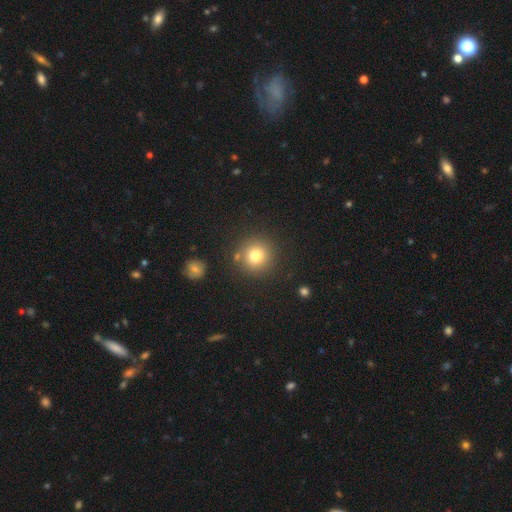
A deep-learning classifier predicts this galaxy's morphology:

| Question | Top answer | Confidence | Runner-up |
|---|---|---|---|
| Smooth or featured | smooth | 77% | star or artifact (14%) |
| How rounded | round | 94% | in between (5%) |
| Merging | none | 84% | minor disturbance (8%) |